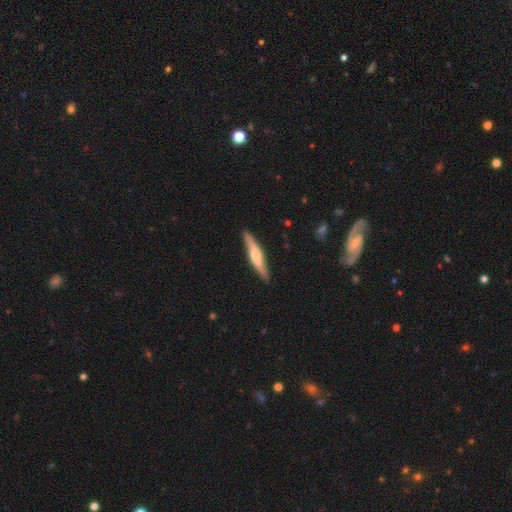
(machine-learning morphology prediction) type=featured or disk (49%); merging=none (86%).